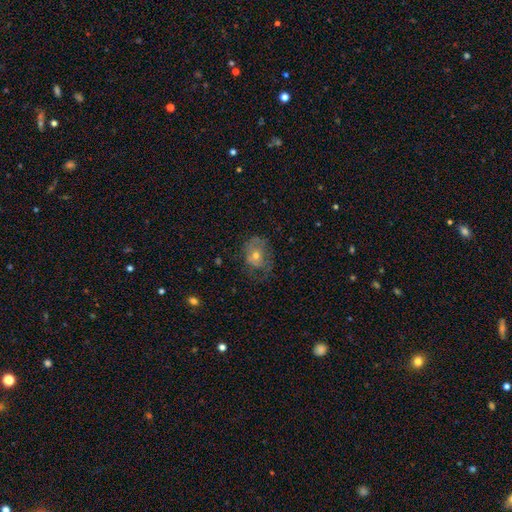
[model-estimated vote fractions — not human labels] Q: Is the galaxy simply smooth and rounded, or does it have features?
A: smooth — 49%.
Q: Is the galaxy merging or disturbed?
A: none — 45%.